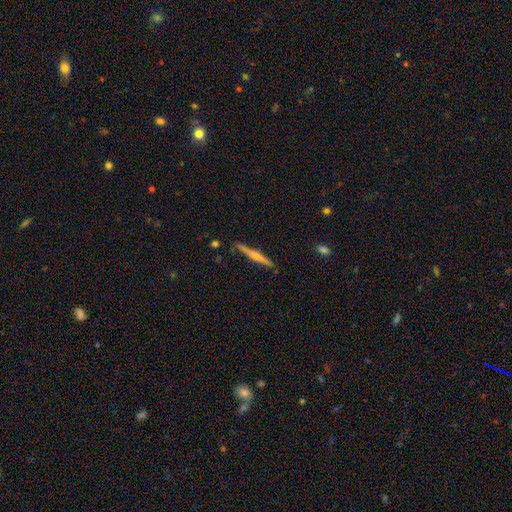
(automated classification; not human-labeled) Smooth or featured?
  - featured or disk: 59% *
  - smooth: 35%
  - star or artifact: 6%
Edge-on disk?
  - yes: 98% *
  - no: 2%
Edge-on bulge?
  - rounded: 66% *
  - none: 23%
  - boxy: 11%
Merging?
  - none: 87% *
  - minor disturbance: 9%
  - merger: 2%
  - major disturbance: 2%